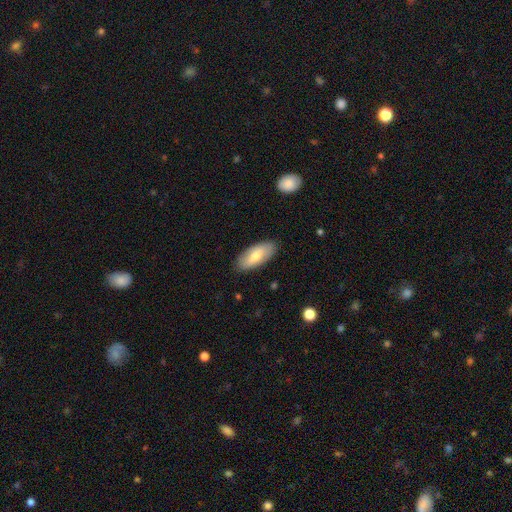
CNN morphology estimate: smooth_or_featured: smooth (p=0.72) [alt: featured or disk p=0.23]
how_rounded: in between (p=0.86) [alt: cigar-shaped p=0.12]
merging: none (p=0.86) [alt: minor disturbance p=0.10]